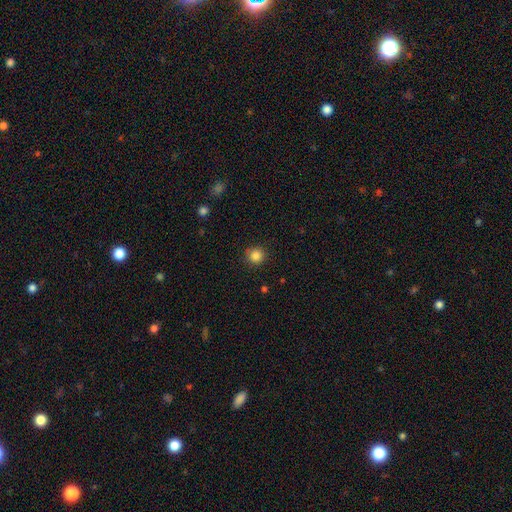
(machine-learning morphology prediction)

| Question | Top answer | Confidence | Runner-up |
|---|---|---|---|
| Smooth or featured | smooth | 85% | star or artifact (11%) |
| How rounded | round | 94% | in between (5%) |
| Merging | none | 90% | minor disturbance (7%) |